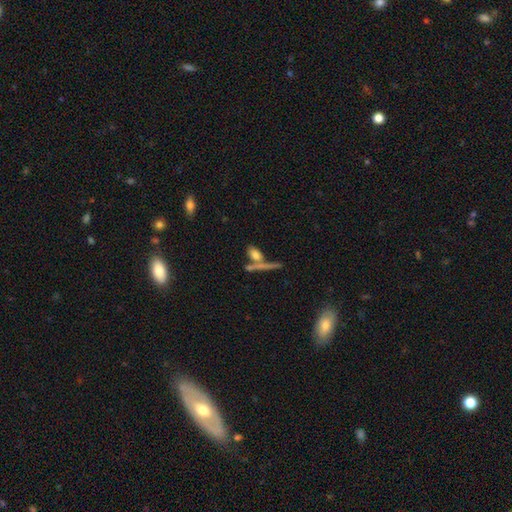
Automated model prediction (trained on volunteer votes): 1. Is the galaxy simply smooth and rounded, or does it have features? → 68% smooth, 21% featured or disk, 11% star or artifact.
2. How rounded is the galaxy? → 50% in between, 35% cigar-shaped, 15% round.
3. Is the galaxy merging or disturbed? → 53% none, 31% merger, 10% minor disturbance, 6% major disturbance.